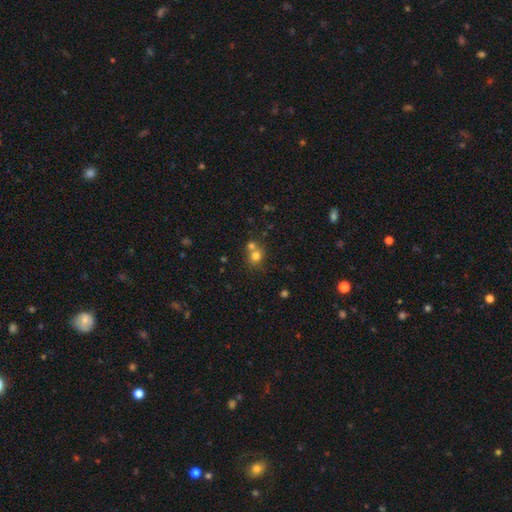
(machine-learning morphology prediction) Smooth or featured? smooth (74%)
How rounded? round (78%)
Merging? merger (47%)